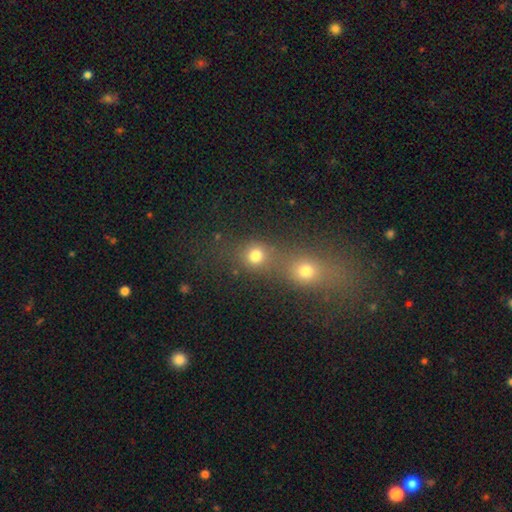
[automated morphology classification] A smooth galaxy with no disk features (77%) that is round (81%). Merging: merger (52%).